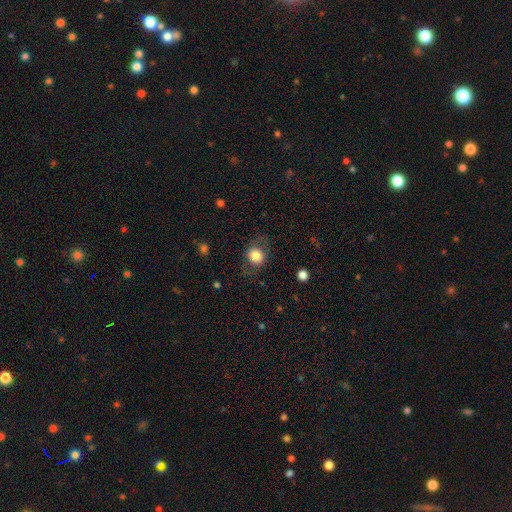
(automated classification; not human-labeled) The model was most divided on "how rounded": round: 67%, in between: 32%, cigar-shaped: 1%. More confident: smooth or featured — smooth (76%); merging — none (71%).